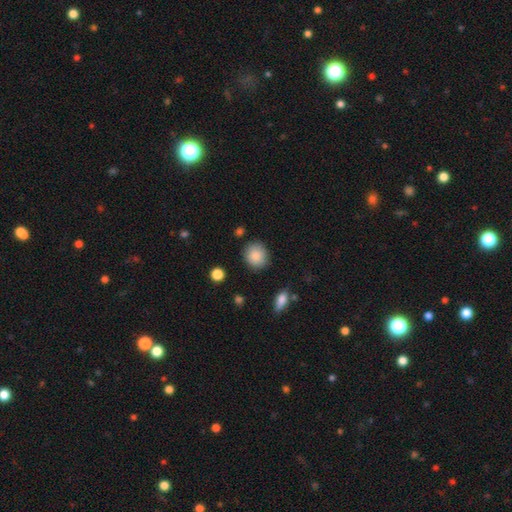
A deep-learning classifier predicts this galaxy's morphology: Smooth or featured: smooth — 87% (star or artifact — 7%)
How rounded: round — 83% (in between — 16%)
Merging: none — 86% (minor disturbance — 9%)